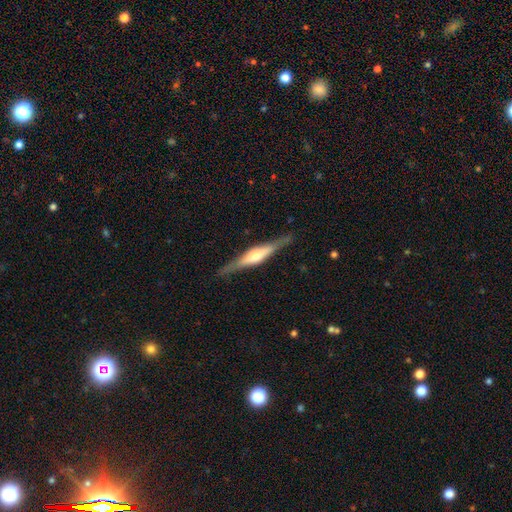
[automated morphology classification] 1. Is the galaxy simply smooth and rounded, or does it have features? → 71% featured or disk, 23% smooth, 5% star or artifact.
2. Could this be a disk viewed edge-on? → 96% yes, 4% no.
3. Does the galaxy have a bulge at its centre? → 76% rounded, 19% boxy, 5% none.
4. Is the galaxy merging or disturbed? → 85% none, 11% minor disturbance, 3% major disturbance, 1% merger.